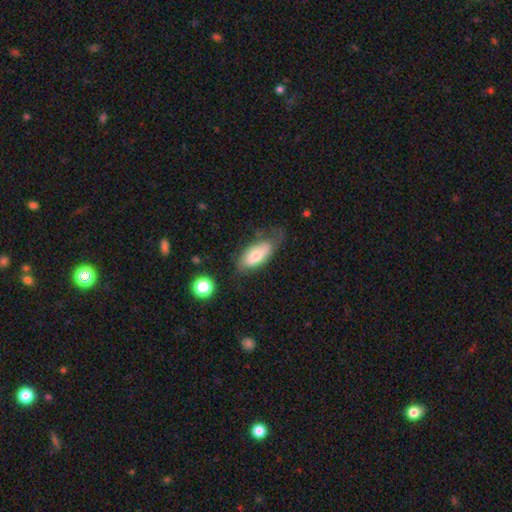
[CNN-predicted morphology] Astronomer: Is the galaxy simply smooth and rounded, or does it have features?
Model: smooth — 65%.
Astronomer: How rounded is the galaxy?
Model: in between — 86%.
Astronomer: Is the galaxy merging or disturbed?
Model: none — 47% (runner-up: minor disturbance, 32%).